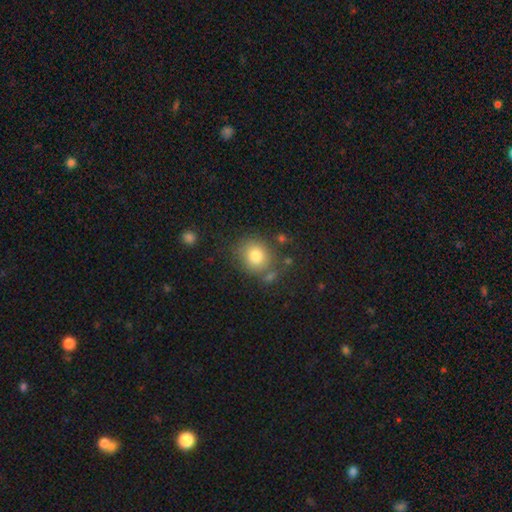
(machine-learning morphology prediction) Smooth or featured? Predicted: smooth (p=0.81). How rounded? Predicted: round (p=0.78). Merging? Predicted: none (p=0.72).